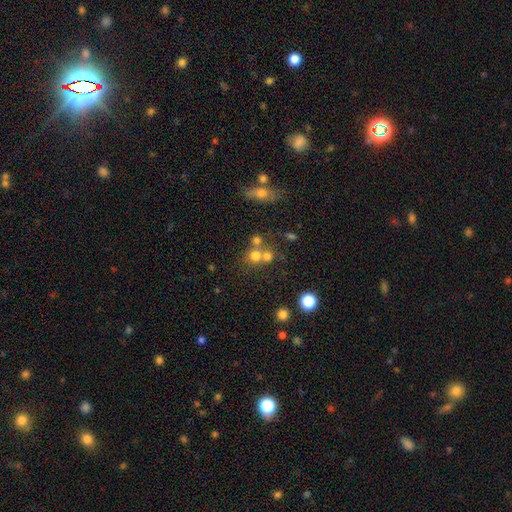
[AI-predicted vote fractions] Smooth or featured? smooth (69%)
How rounded? round (84%)
Merging? none (46%)